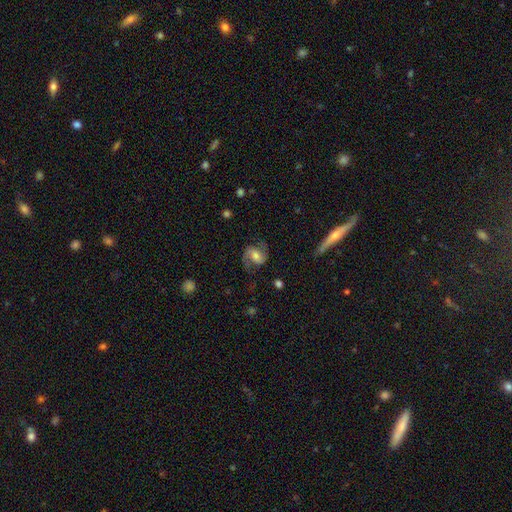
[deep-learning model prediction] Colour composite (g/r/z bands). It shows a featured or disk galaxy (76%) with a weak bar (44%), 2 (90%) medium (50%) spiral arms (95%) and a moderate central bulge (57%). Merging: none (73%).